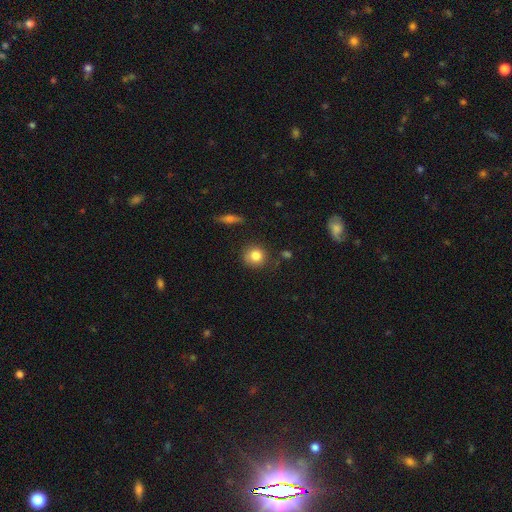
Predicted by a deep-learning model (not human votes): Morphology: type=smooth (83%); roundness=round (87%); merging=none (82%).